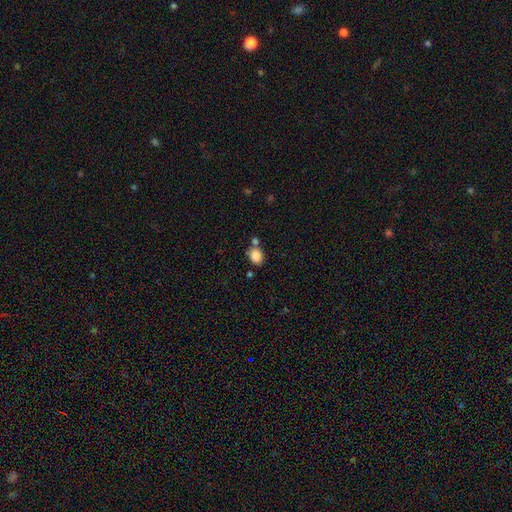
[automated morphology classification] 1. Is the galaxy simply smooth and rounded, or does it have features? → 85% smooth, 10% star or artifact, 5% featured or disk.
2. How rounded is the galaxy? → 53% in between, 46% round, 1% cigar-shaped.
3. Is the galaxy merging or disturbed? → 61% none, 21% merger, 14% minor disturbance, 4% major disturbance.